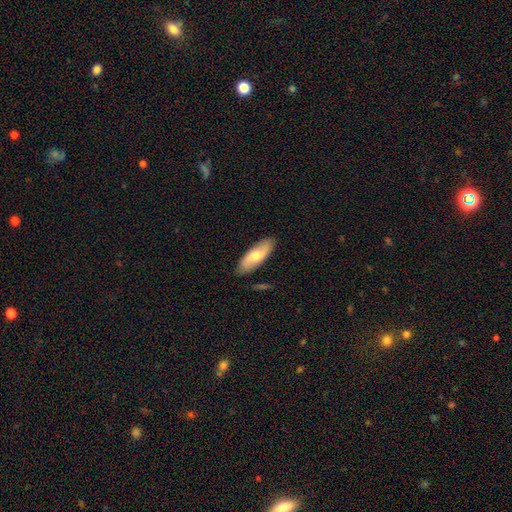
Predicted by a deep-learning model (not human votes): smooth 62%, featured or disk 33%, star or artifact 5%. Down the decision tree: how rounded — in between (68%); merging — none (85%).